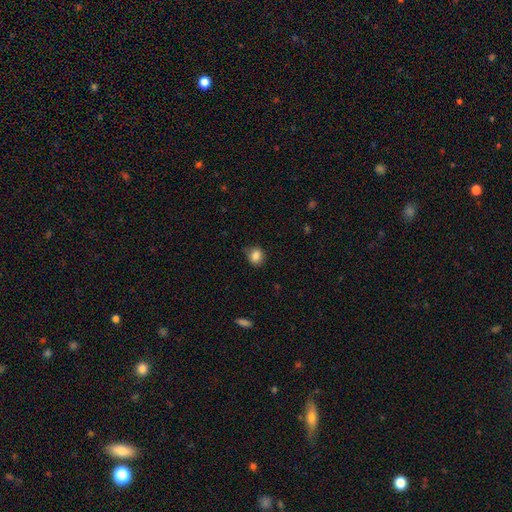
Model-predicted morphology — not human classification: Smooth or featured? Predicted: smooth (p=0.84). How rounded? Predicted: round (p=0.66). Merging? Predicted: none (p=0.76).